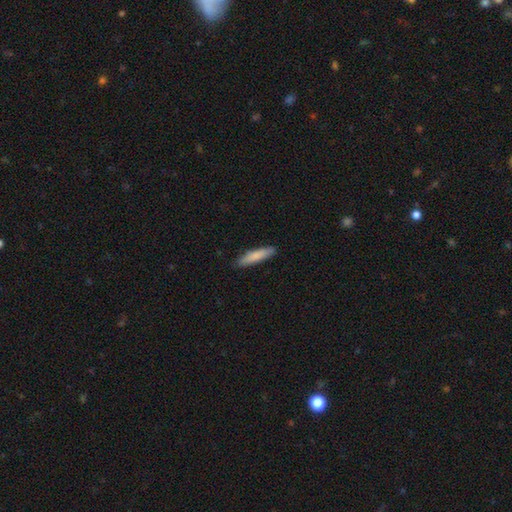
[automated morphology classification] This appears to be a smooth galaxy with no disk features (82%) that is cigar-shaped (81%). Merging: none (87%).